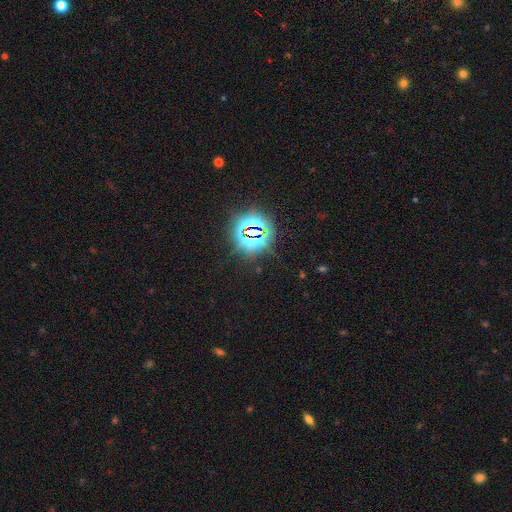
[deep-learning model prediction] Q: Smooth or featured?
A: star or artifact (80%); runner-up: smooth (13%)